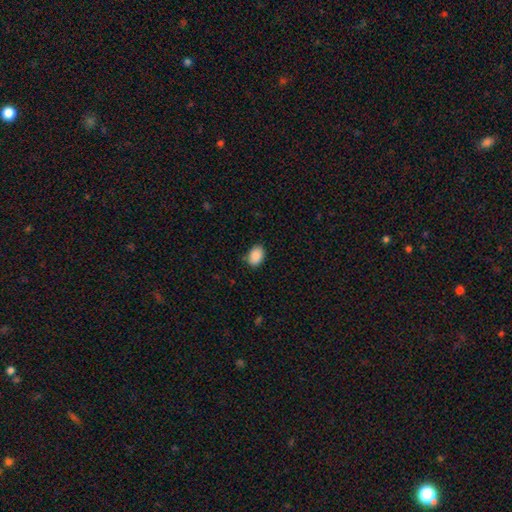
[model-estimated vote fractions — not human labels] Smooth or featured?
  - smooth: 89% *
  - star or artifact: 7%
  - featured or disk: 3%
How rounded?
  - in between: 81% *
  - round: 18%
  - cigar-shaped: 1%
Merging?
  - none: 81% *
  - minor disturbance: 15%
  - major disturbance: 3%
  - merger: 1%